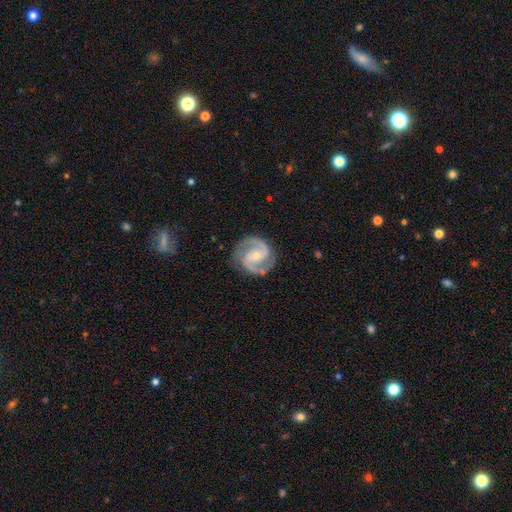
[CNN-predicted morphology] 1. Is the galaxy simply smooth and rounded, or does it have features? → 92% featured or disk, 4% smooth, 4% star or artifact.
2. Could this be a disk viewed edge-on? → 98% no, 2% yes.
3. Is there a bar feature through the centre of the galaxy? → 46% no, 37% weak, 16% strong.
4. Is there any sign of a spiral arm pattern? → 98% yes, 2% no.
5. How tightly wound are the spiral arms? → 59% medium, 31% tight, 10% loose.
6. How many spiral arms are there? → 93% 2, 2% 3, 2% can't tell, 1% 1, 1% 4, 1% more than 4.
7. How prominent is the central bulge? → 65% small, 32% moderate, 2% none, 1% large, 1% dominant.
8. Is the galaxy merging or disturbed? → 83% none, 12% minor disturbance, 4% major disturbance, 1% merger.